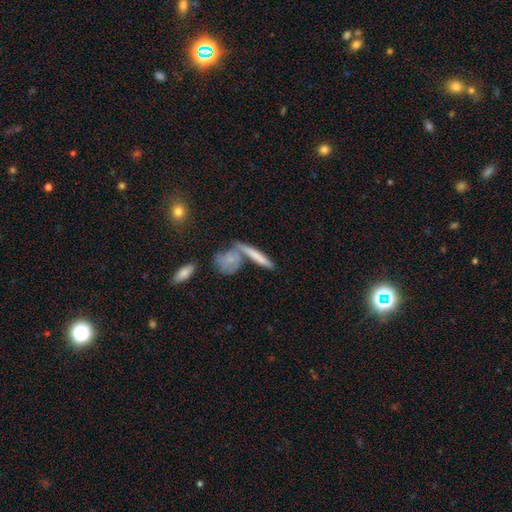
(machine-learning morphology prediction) Q: Smooth or featured?
A: smooth (63%); runner-up: featured or disk (29%)
Q: How rounded?
A: cigar-shaped (80%); runner-up: in between (16%)
Q: Merging?
A: none (51%); runner-up: merger (33%)